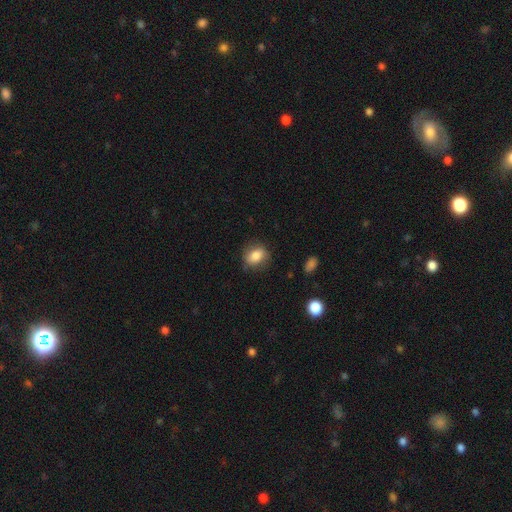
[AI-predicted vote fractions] The model was most divided on "how rounded": in between: 52%, round: 46%, cigar-shaped: 1%. More confident: smooth or featured — smooth (82%); merging — none (74%).